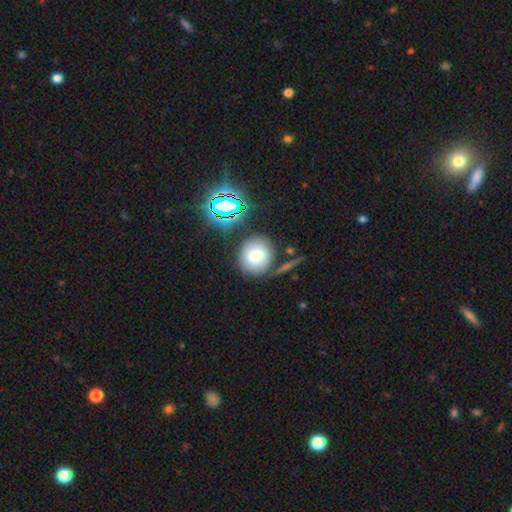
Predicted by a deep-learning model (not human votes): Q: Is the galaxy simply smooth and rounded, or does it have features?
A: smooth — 68%.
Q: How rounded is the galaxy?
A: round — 87%.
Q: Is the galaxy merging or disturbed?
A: none — 77%.